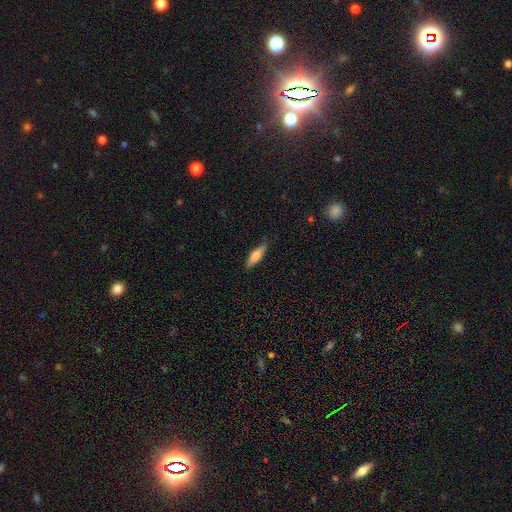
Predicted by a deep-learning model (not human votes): A smooth galaxy with no disk features (58%) that is cigar-shaped (62%). Merging: none (85%).